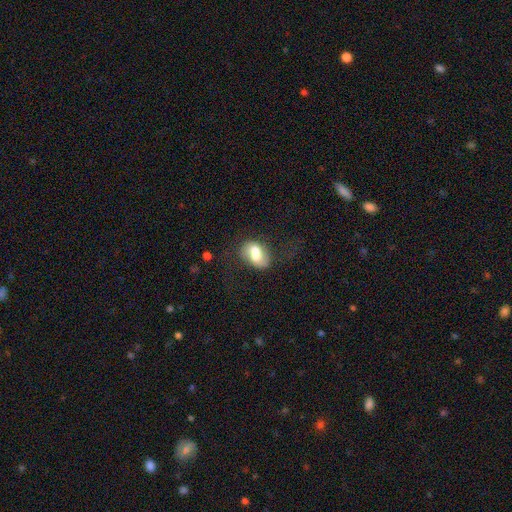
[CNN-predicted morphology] smooth-or-featured: smooth: 60% | featured or disk: 32% | star or artifact: 8%
  how-rounded: in between: 80% | round: 19% | cigar-shaped: 2%
  merging: none: 35% | merger: 32% | minor disturbance: 19% | major disturbance: 13%